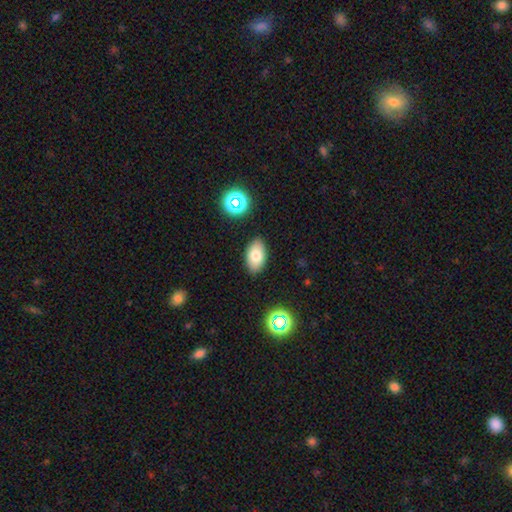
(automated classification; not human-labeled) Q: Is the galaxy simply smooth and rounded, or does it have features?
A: smooth — 76%.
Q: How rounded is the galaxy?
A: in between — 93%.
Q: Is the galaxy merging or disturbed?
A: none — 87%.